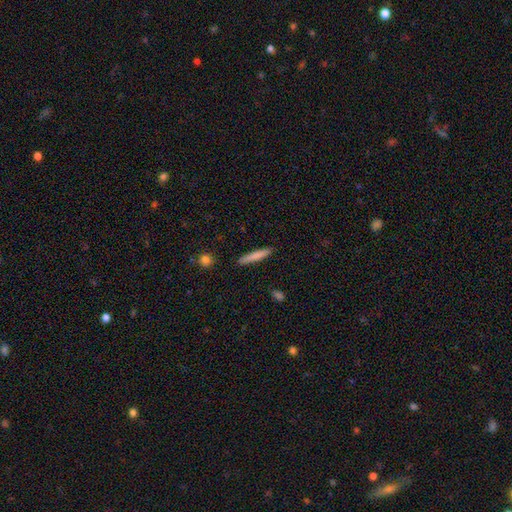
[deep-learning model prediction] A smooth galaxy with no disk features (78%) that is cigar-shaped (94%).

Vote fractions:
- Smooth or featured? smooth: 78% / featured or disk: 16% / star or artifact: 6%
- How rounded? cigar-shaped: 94% / in between: 5% / round: 1%
- Merging? none: 90% / minor disturbance: 7% / major disturbance: 2% / merger: 1%